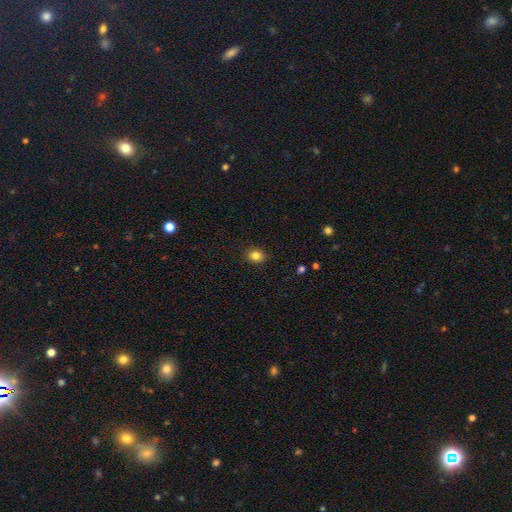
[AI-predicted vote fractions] Smooth or featured? Predicted: smooth (p=0.84). How rounded? Predicted: in between (p=0.50). Merging? Predicted: none (p=0.89).